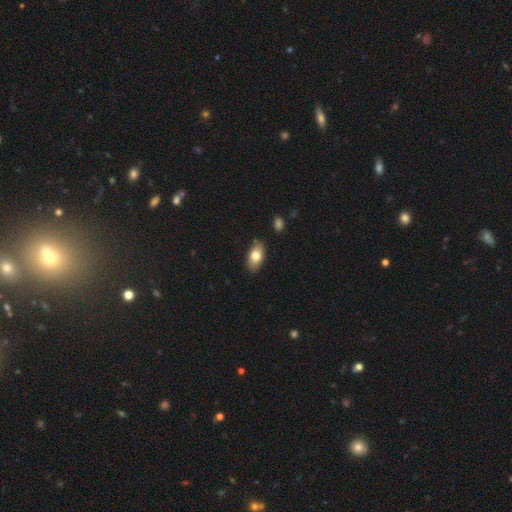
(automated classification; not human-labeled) Q: Smooth or featured?
A: smooth (75%); runner-up: featured or disk (18%)
Q: How rounded?
A: in between (90%); runner-up: round (5%)
Q: Merging?
A: none (82%); runner-up: minor disturbance (14%)